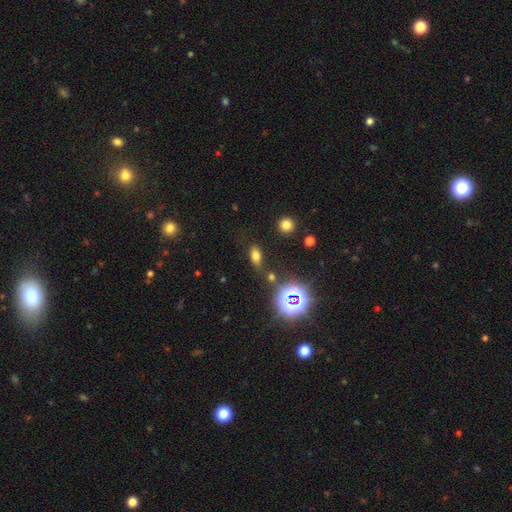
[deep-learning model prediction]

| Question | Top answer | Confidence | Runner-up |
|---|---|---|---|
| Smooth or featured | smooth | 65% | star or artifact (24%) |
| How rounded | in between | 79% | round (13%) |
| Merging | none | 73% | minor disturbance (15%) |